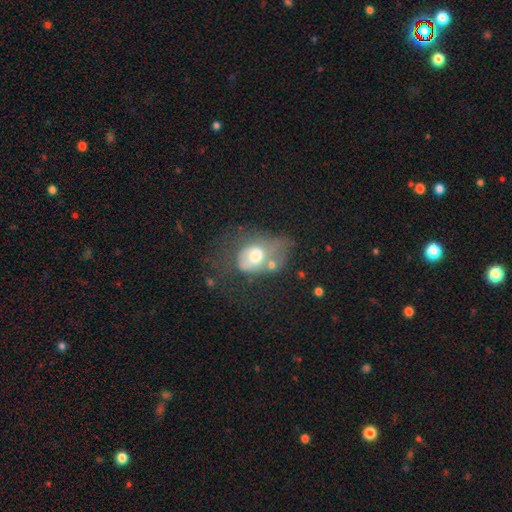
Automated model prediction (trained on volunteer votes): Smooth or featured? Predicted: smooth (p=0.51). How rounded? Predicted: in between (p=0.64). Merging? Predicted: major disturbance (p=0.45).